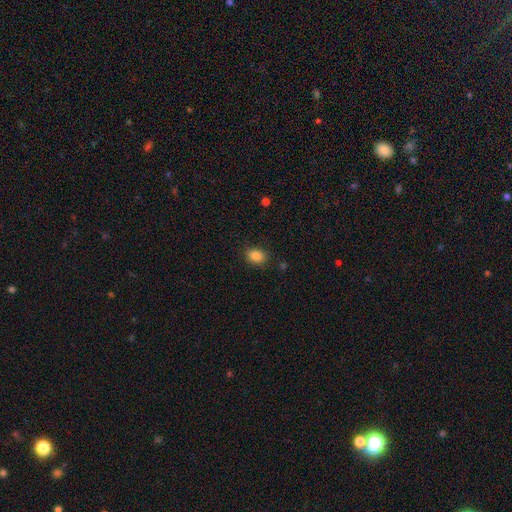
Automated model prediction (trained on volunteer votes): A smooth galaxy with no disk features (85%) that is in between round and cigar-shaped (70%).

Vote fractions:
- Smooth or featured? smooth: 85% / star or artifact: 10% / featured or disk: 5%
- How rounded? in between: 70% / round: 29% / cigar-shaped: 1%
- Merging? none: 85% / minor disturbance: 11% / major disturbance: 3% / merger: 1%